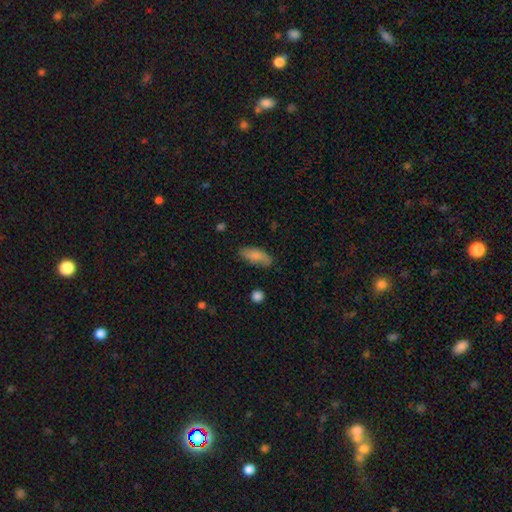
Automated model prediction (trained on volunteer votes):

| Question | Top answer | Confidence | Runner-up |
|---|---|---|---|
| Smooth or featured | smooth | 83% | featured or disk (11%) |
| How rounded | in between | 78% | cigar-shaped (20%) |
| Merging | none | 79% | minor disturbance (16%) |